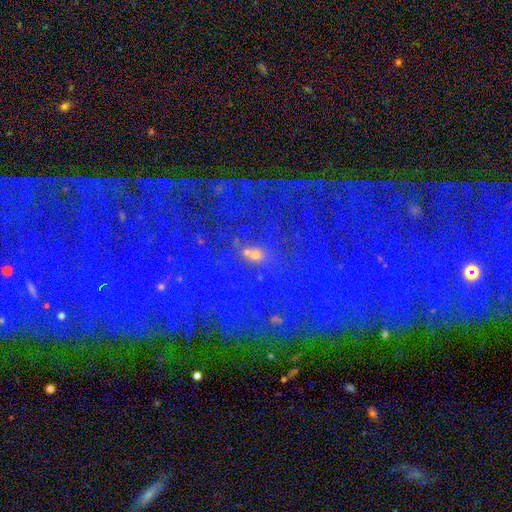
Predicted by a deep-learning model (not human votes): smooth_or_featured: star or artifact (p=0.61) [alt: featured or disk p=0.25]